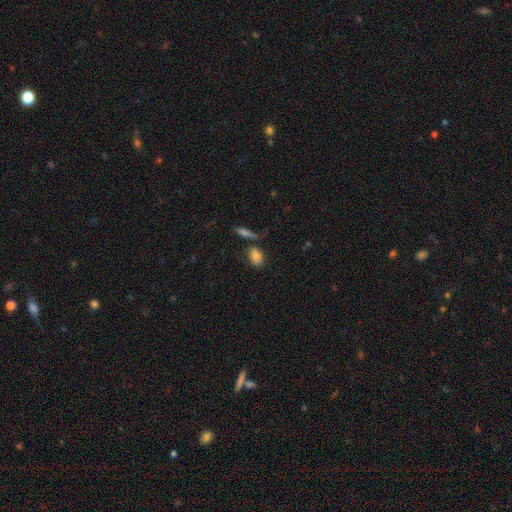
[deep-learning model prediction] Smooth or featured? Predicted: smooth (p=0.82). How rounded? Predicted: in between (p=0.87). Merging? Predicted: none (p=0.63).